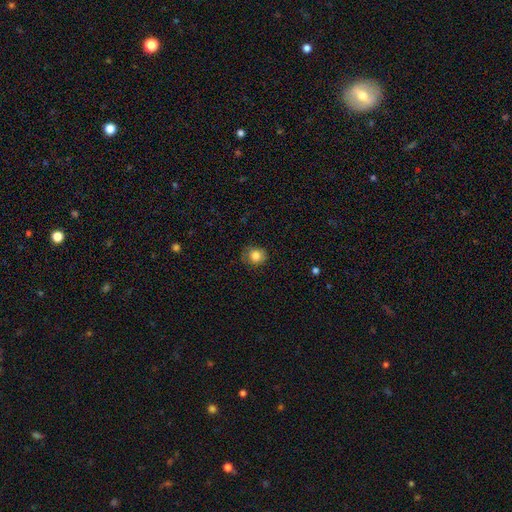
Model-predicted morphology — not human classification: type=smooth (82%); roundness=round (78%); merging=none (77%).